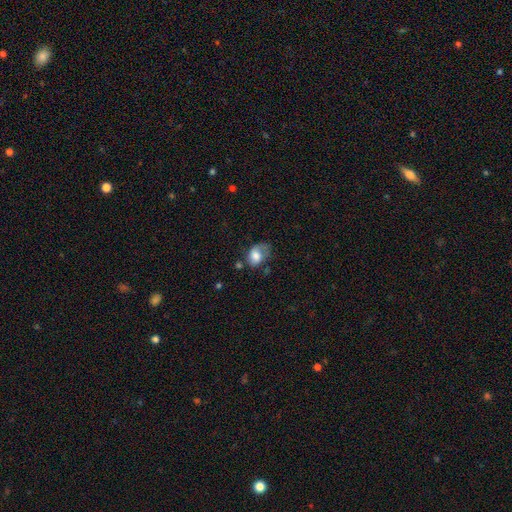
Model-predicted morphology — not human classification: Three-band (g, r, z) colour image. It shows a smooth galaxy with no disk features (68%) that is in between round and cigar-shaped (72%). Merging: minor disturbance (32%, tied with major disturbance).